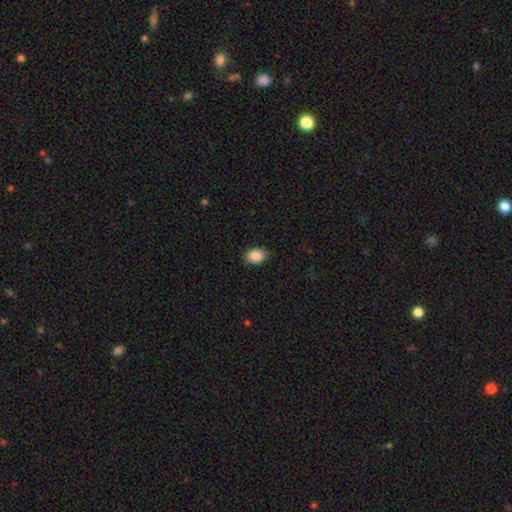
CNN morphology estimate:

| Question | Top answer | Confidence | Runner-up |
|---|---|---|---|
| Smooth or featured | smooth | 87% | star or artifact (8%) |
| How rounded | in between | 81% | round (18%) |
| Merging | none | 87% | minor disturbance (10%) |